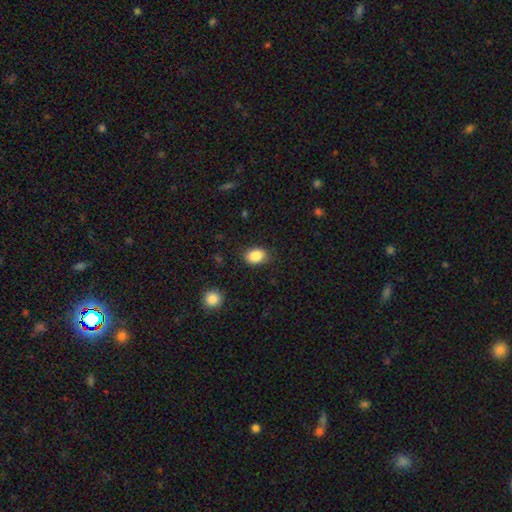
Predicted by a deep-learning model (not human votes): smooth_or_featured: smooth (p=0.87) [alt: star or artifact p=0.08]
how_rounded: in between (p=0.73) [alt: round p=0.26]
merging: none (p=0.85) [alt: minor disturbance p=0.11]